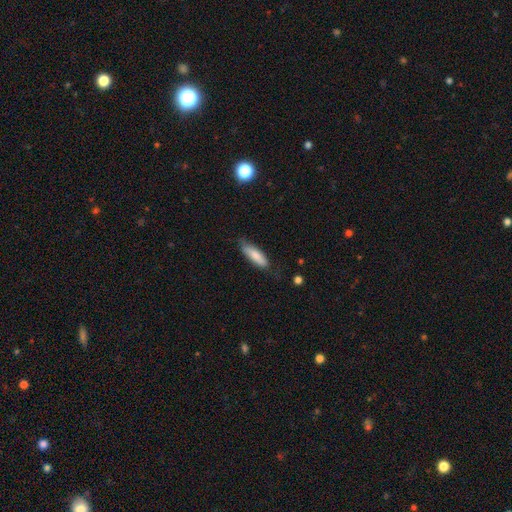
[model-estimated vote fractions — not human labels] Smooth or featured? smooth (79%)
How rounded? cigar-shaped (55%)
Merging? none (70%)